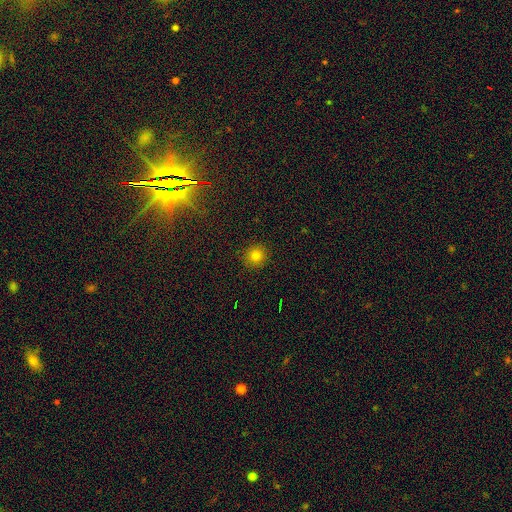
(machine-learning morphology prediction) smooth_or_featured: smooth (p=0.78) [alt: star or artifact p=0.16]
how_rounded: round (p=0.91) [alt: in between p=0.08]
merging: none (p=0.91) [alt: minor disturbance p=0.06]